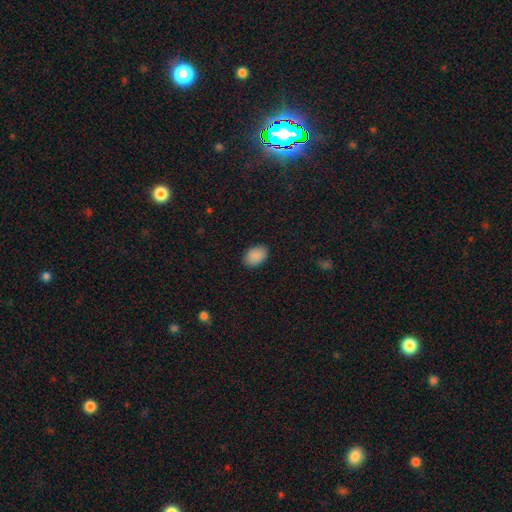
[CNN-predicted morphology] smooth-or-featured: smooth: 90% | star or artifact: 7% | featured or disk: 3%
  how-rounded: in between: 85% | round: 14% | cigar-shaped: 1%
  merging: none: 88% | minor disturbance: 9% | major disturbance: 2% | merger: 1%